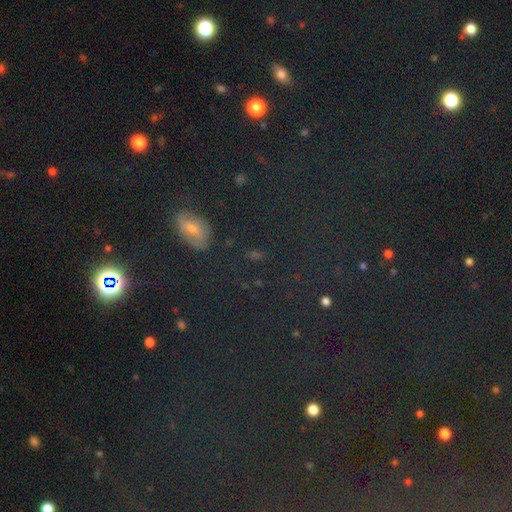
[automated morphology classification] type=star or artifact (54%).